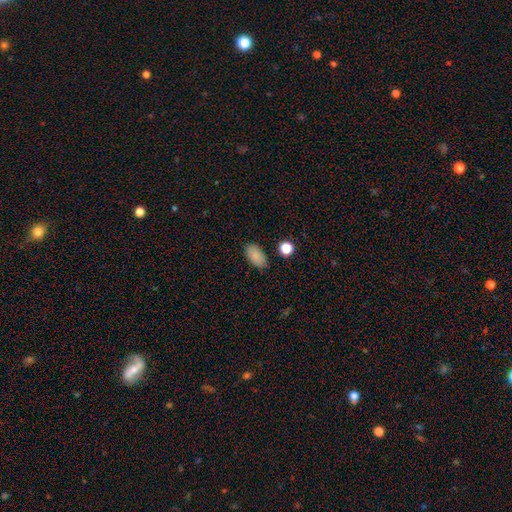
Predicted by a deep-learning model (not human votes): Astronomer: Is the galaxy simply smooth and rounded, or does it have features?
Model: smooth — 86%.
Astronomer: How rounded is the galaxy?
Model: in between — 92%.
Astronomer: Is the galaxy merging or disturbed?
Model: none — 84%.